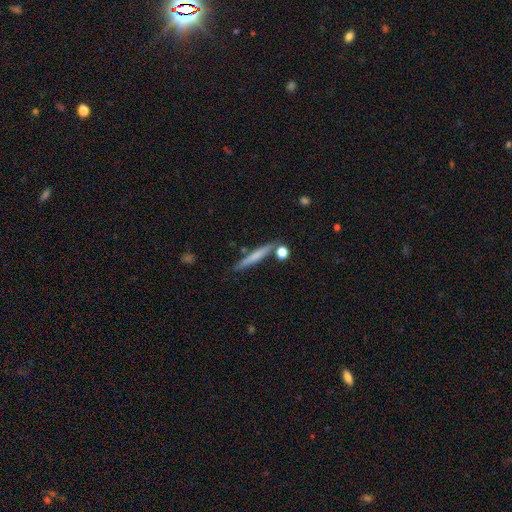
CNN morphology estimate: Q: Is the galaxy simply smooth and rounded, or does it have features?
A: smooth — 61%.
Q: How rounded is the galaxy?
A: cigar-shaped — 94%.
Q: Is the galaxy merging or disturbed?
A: none — 79%.